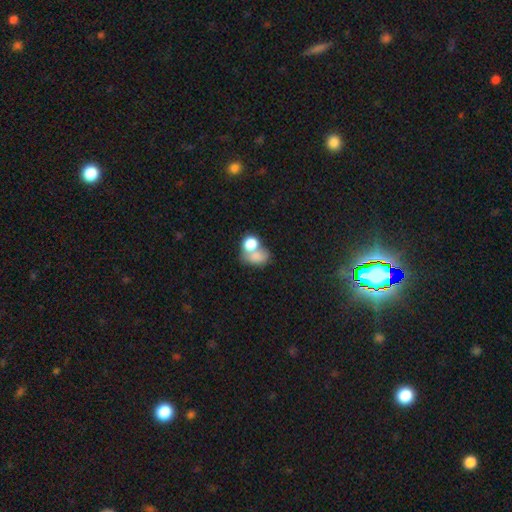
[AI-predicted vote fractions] smooth_or_featured: smooth (p=0.74) [alt: featured or disk p=0.15]
how_rounded: in between (p=0.61) [alt: round p=0.37]
merging: merger (p=0.59) [alt: none p=0.24]